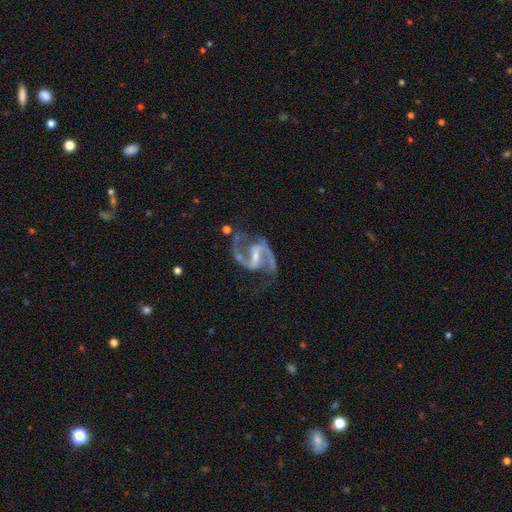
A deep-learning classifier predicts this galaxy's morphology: featured or disk 93%, star or artifact 4%, smooth 3%. Down the decision tree: edge-on disk — no (98%); bar — strong (54%); spiral arms — yes (98%); spiral arm count — 2 (94%); spiral winding — medium (60%); bulge size — small (61%); merging — none (66%).